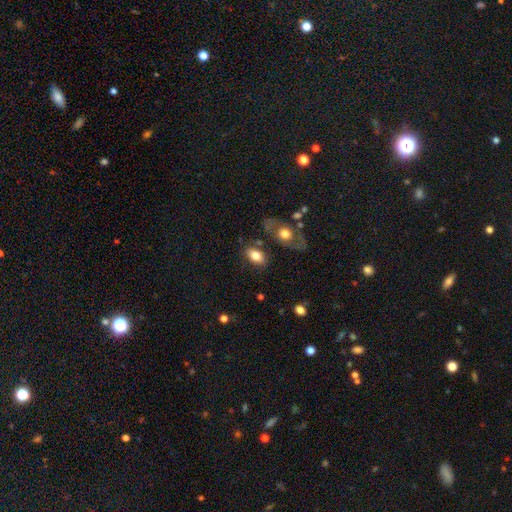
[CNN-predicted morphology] A smooth galaxy with no disk features (77%) that is in between round and cigar-shaped (88%).

Vote fractions:
- Smooth or featured? smooth: 77% / featured or disk: 16% / star or artifact: 7%
- How rounded? in between: 88% / round: 10% / cigar-shaped: 3%
- Merging? none: 76% / minor disturbance: 14% / merger: 7% / major disturbance: 4%